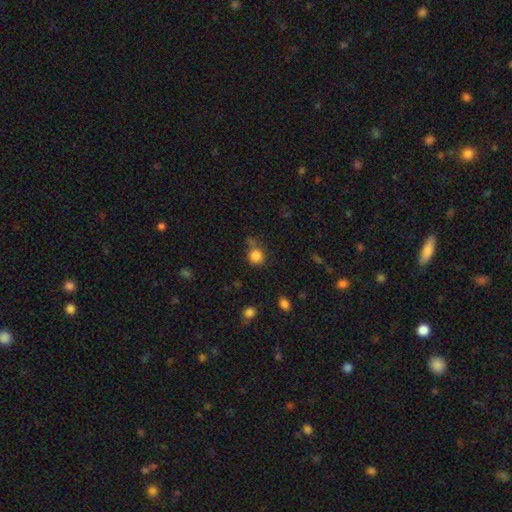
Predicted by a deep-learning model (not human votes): This appears to be a smooth galaxy with no disk features (84%) that is round (87%). Merging: none (62%).